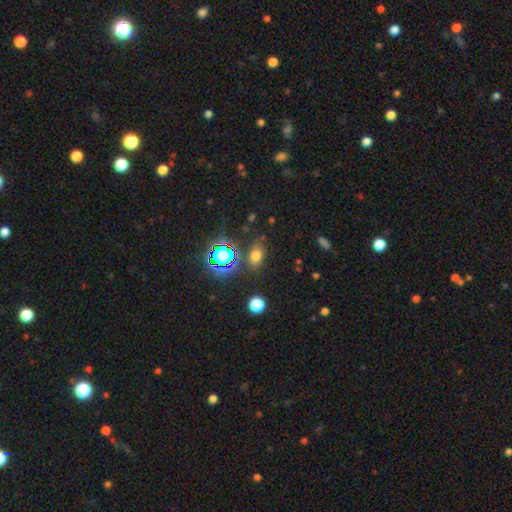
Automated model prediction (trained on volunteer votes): The model was most divided on "smooth or featured": smooth: 65%, star or artifact: 26%, featured or disk: 9%. More confident: how rounded — in between (79%); merging — none (79%).